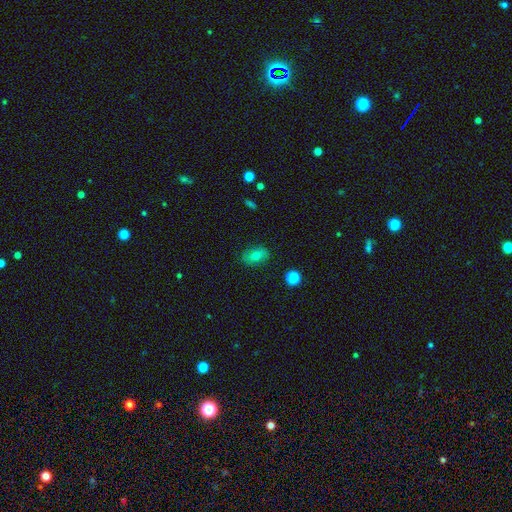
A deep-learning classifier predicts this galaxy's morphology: Smooth or featured? Predicted: smooth (p=0.72). How rounded? Predicted: in between (p=0.82). Merging? Predicted: none (p=0.84).